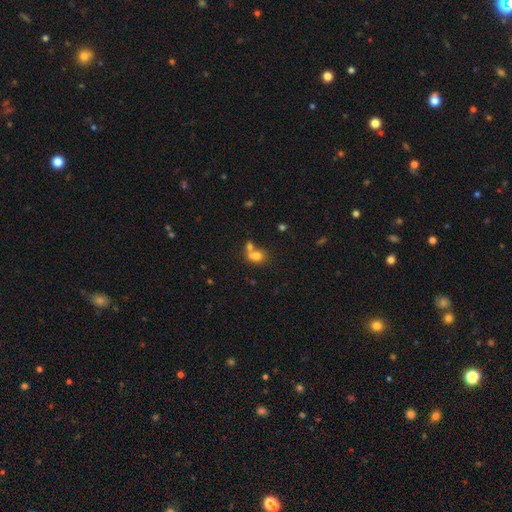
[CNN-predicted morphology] smooth_or_featured: smooth (p=0.71) [alt: featured or disk p=0.16]
how_rounded: in between (p=0.54) [alt: round p=0.45]
merging: merger (p=0.54) [alt: none p=0.31]